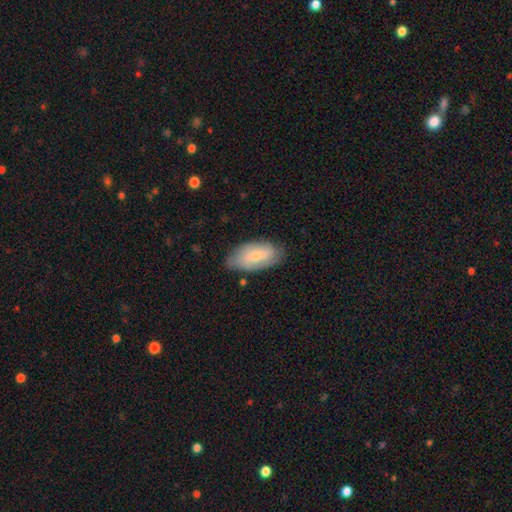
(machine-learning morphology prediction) This is likely a smooth galaxy (62%). How rounded: clearly in between (92%). Merging: likely none (72%).